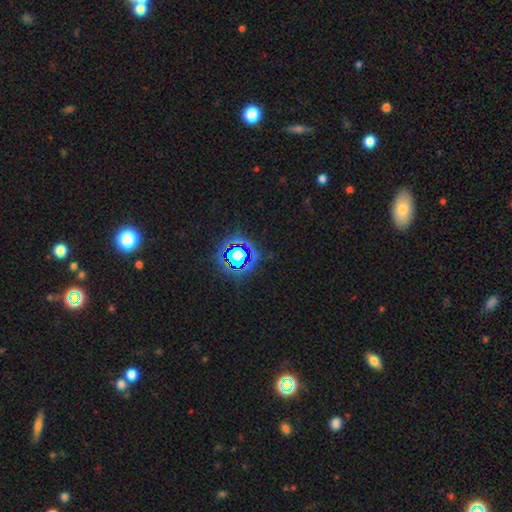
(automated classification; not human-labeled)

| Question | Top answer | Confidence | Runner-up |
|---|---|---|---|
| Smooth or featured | star or artifact | 77% | smooth (15%) |